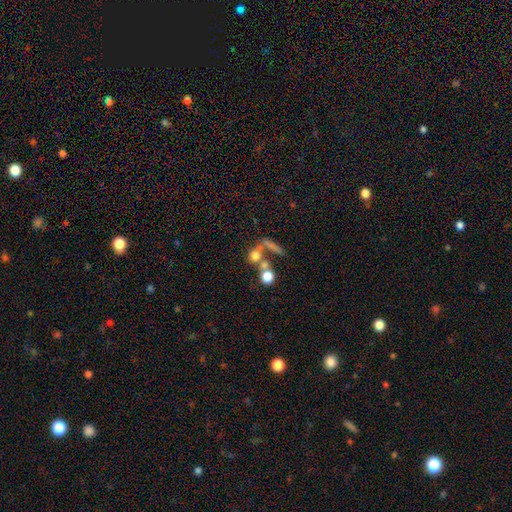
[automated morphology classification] Smooth or featured?
  - smooth: 65% *
  - featured or disk: 20%
  - star or artifact: 15%
How rounded?
  - round: 67% *
  - in between: 25%
  - cigar-shaped: 8%
Merging?
  - merger: 45% *
  - none: 34%
  - major disturbance: 13%
  - minor disturbance: 9%